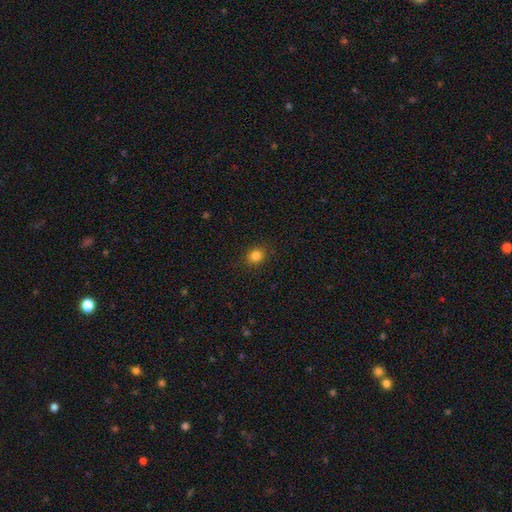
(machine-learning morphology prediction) A smooth galaxy with no disk features (84%) that is round (74%).

Vote fractions:
- Smooth or featured? smooth: 84% / star or artifact: 12% / featured or disk: 4%
- How rounded? round: 74% / in between: 25% / cigar-shaped: 1%
- Merging? none: 89% / minor disturbance: 8% / major disturbance: 2% / merger: 1%